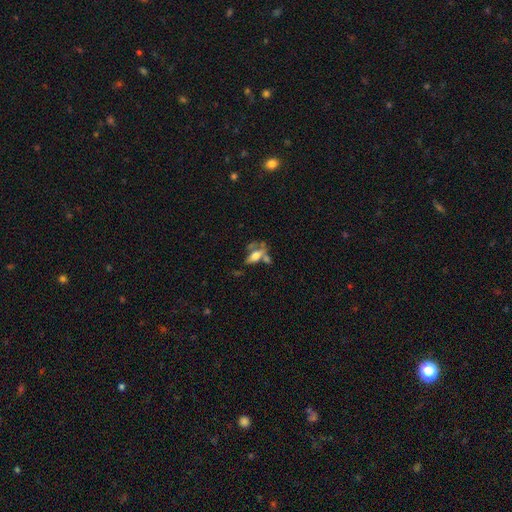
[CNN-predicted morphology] Q: Smooth or featured?
A: smooth (48%); runner-up: featured or disk (42%)
Q: Merging?
A: none (35%); runner-up: merger (30%)